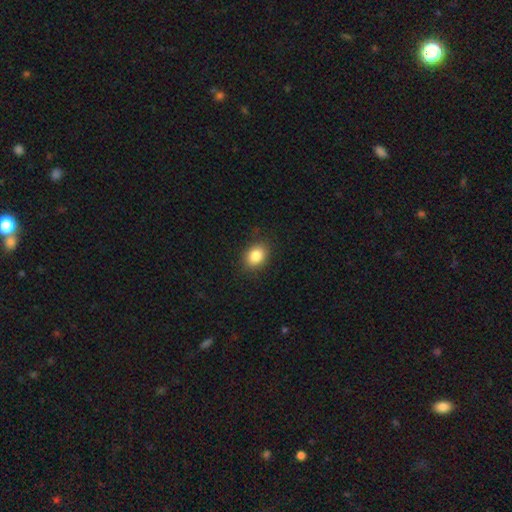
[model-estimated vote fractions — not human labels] Morphology: type=smooth (85%); roundness=in between (60%); merging=none (87%).